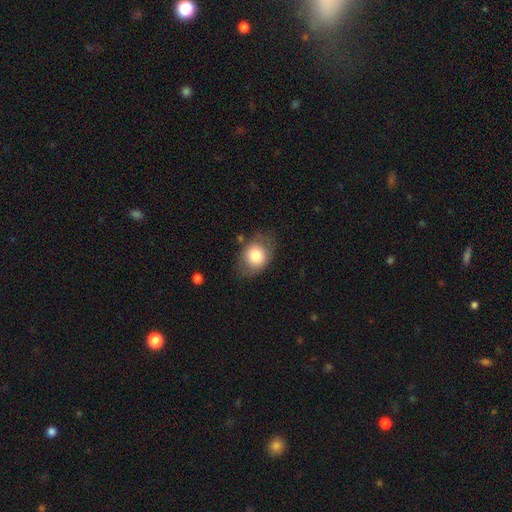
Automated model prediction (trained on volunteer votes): smooth 79%, featured or disk 13%, star or artifact 8%. Down the decision tree: how rounded — in between (60%); merging — none (71%).